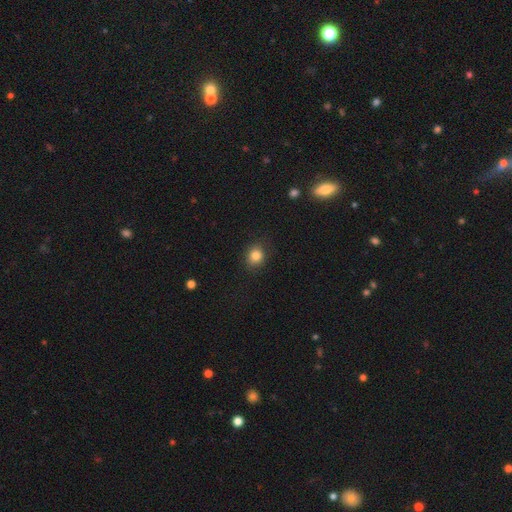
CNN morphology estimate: Smooth or featured: smooth — 82% (star or artifact — 11%)
How rounded: round — 68% (in between — 31%)
Merging: none — 85% (minor disturbance — 11%)